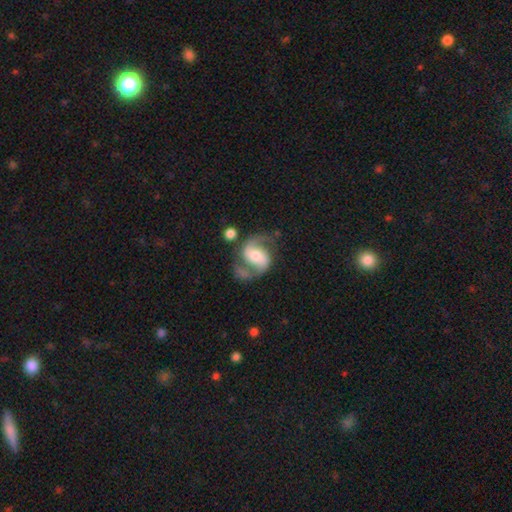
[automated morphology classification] Smooth or featured?
  - featured or disk: 86% *
  - smooth: 9%
  - star or artifact: 5%
Edge-on disk?
  - no: 98% *
  - yes: 2%
Bar?
  - weak: 40% *
  - no: 32%
  - strong: 28%
Spiral arms?
  - yes: 96% *
  - no: 4%
Spiral winding?
  - medium: 52% *
  - loose: 35%
  - tight: 13%
Spiral arm count?
  - 2: 93% *
  - can't tell: 2%
  - 1: 2%
  - 3: 1%
  - 4: 1%
  - more than 4: 1%
Bulge size?
  - moderate: 59% *
  - small: 27%
  - large: 10%
  - none: 2%
  - dominant: 2%
Merging?
  - none: 66% *
  - minor disturbance: 16%
  - major disturbance: 10%
  - merger: 8%